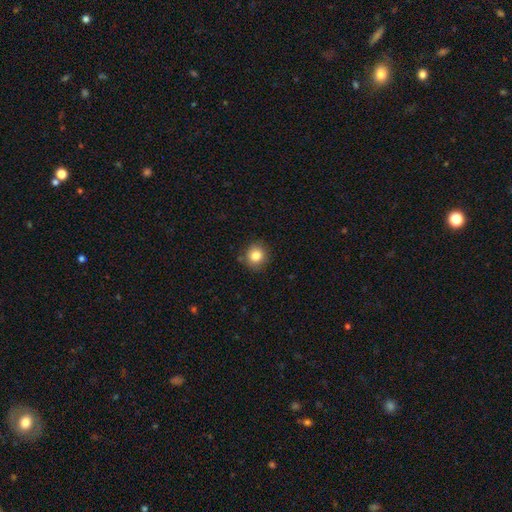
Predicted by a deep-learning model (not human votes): Q: Smooth or featured?
A: smooth (84%); runner-up: star or artifact (10%)
Q: How rounded?
A: round (89%); runner-up: in between (10%)
Q: Merging?
A: none (85%); runner-up: minor disturbance (11%)